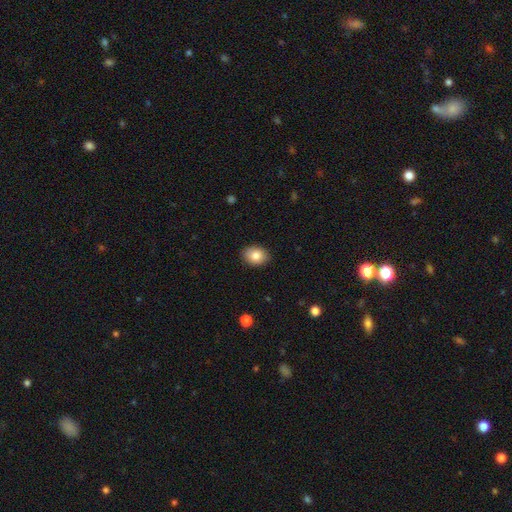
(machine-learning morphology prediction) Smooth or featured? smooth (84%)
How rounded? in between (63%)
Merging? none (89%)